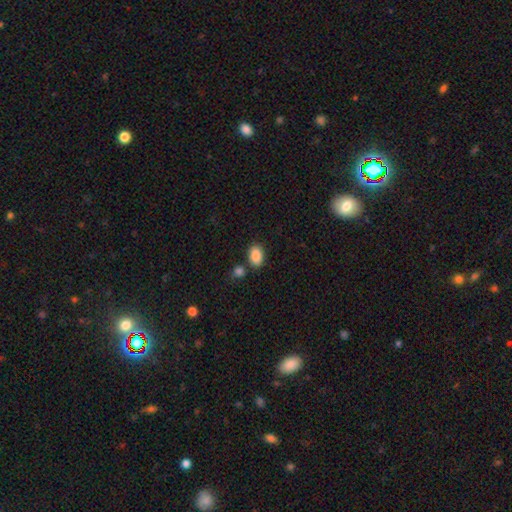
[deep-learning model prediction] This is clearly a smooth galaxy (89%). How rounded: clearly in between (86%). Merging: likely none (75%).